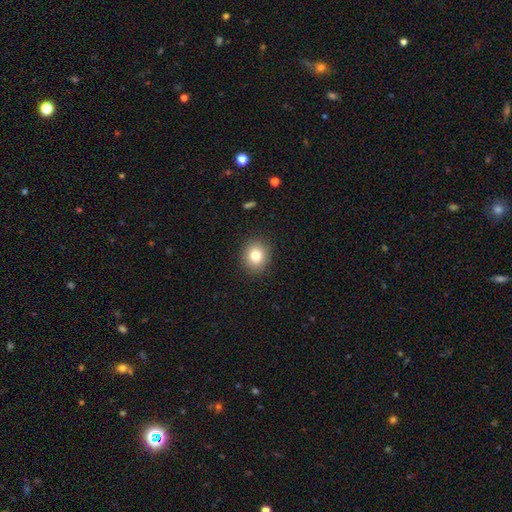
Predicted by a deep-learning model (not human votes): smooth 81%, star or artifact 11%, featured or disk 9%. Down the decision tree: how rounded — round (79%); merging — none (90%).